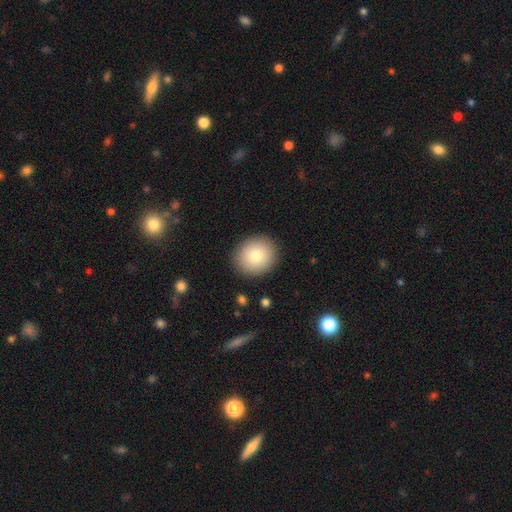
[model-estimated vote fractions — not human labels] Overall: smooth (81%). How rounded: round (80%). Merging: none (90%).